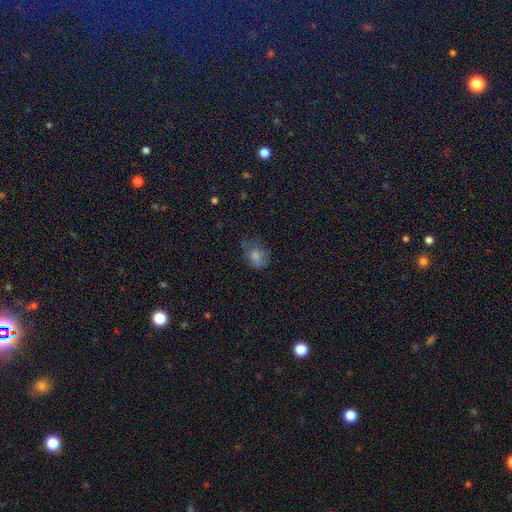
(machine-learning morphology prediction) Overall: smooth (63%). How rounded: round (50%; in between 49%). Merging: none (64%; minor disturbance 25%).